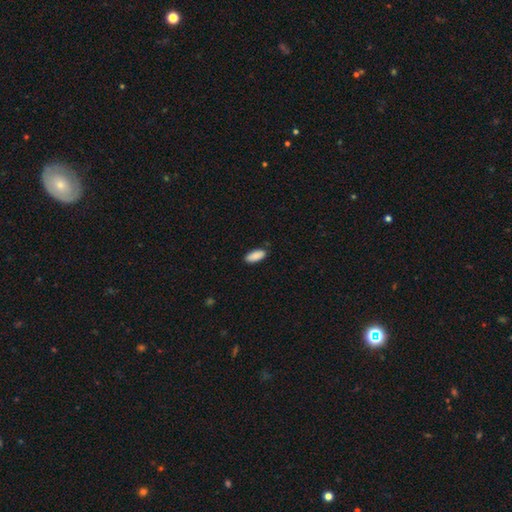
Q: Smooth or featured?
A: smooth (92%); runner-up: star or artifact (6%)
Q: How rounded?
A: in between (85%); runner-up: cigar-shaped (12%)
Q: Merging?
A: none (79%); runner-up: minor disturbance (15%)